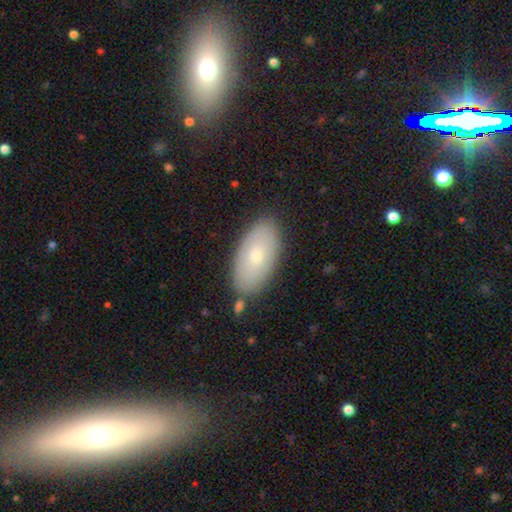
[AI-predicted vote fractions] Smooth or featured? Predicted: smooth (p=0.69). How rounded? Predicted: in between (p=0.94). Merging? Predicted: none (p=0.82).